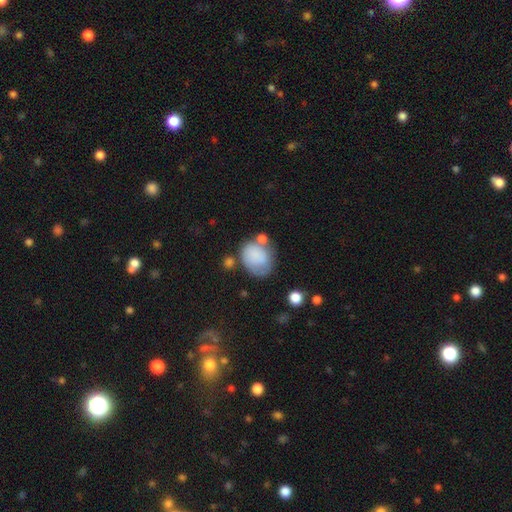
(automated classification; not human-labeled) smooth 77%, featured or disk 15%, star or artifact 8%. Down the decision tree: how rounded — in between (51%); merging — none (45%).